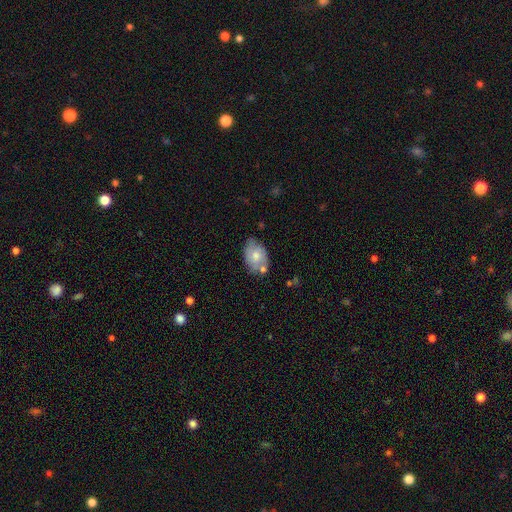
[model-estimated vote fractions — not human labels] smooth-or-featured: smooth: 60% | featured or disk: 33% | star or artifact: 7%
  how-rounded: in between: 85% | round: 14% | cigar-shaped: 1%
  merging: none: 57% | minor disturbance: 25% | merger: 13% | major disturbance: 6%